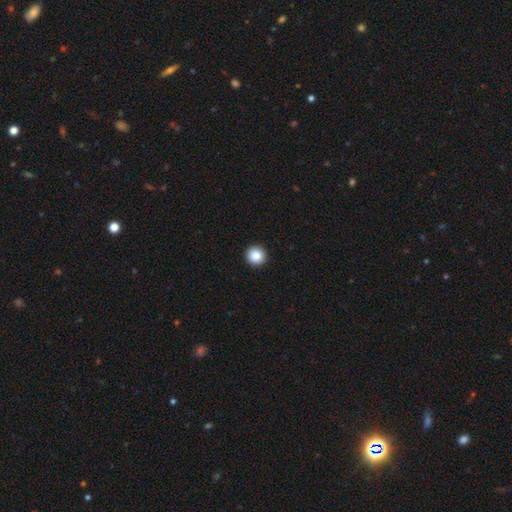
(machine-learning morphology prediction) A smooth galaxy with no disk features (87%) that is round (96%). Merging: none (94%).